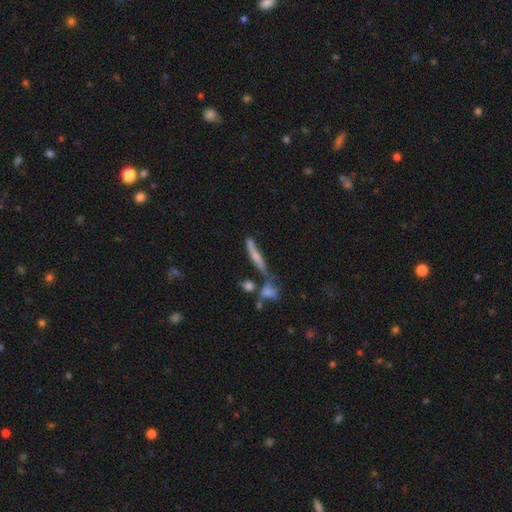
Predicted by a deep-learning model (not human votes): Smooth or featured? Predicted: smooth (p=0.47). Merging? Predicted: none (p=0.54).